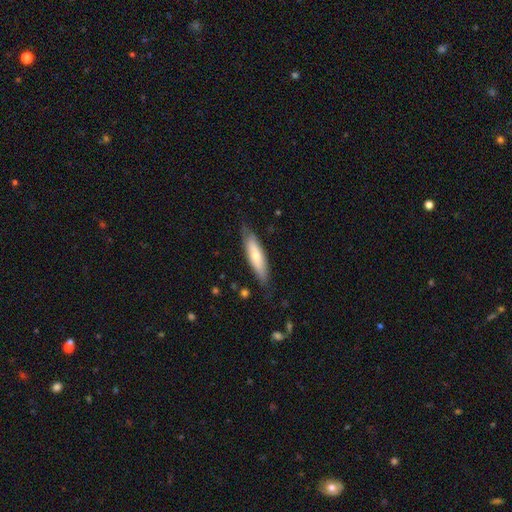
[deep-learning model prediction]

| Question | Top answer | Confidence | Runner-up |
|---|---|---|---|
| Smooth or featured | smooth | 62% | featured or disk (33%) |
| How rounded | cigar-shaped | 67% | in between (32%) |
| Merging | none | 76% | minor disturbance (18%) |